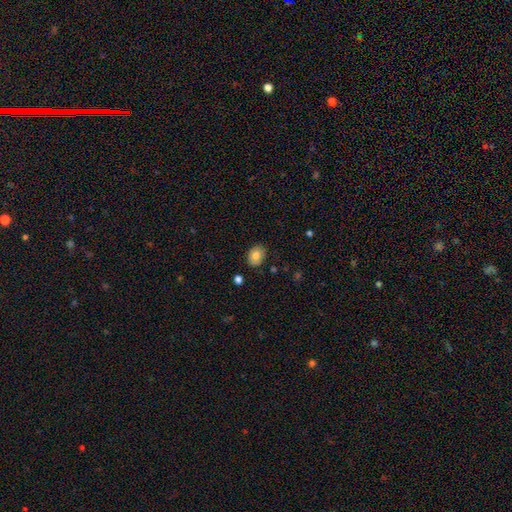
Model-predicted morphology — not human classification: smooth 80%, featured or disk 12%, star or artifact 8%. Down the decision tree: how rounded — in between (63%); merging — none (85%).